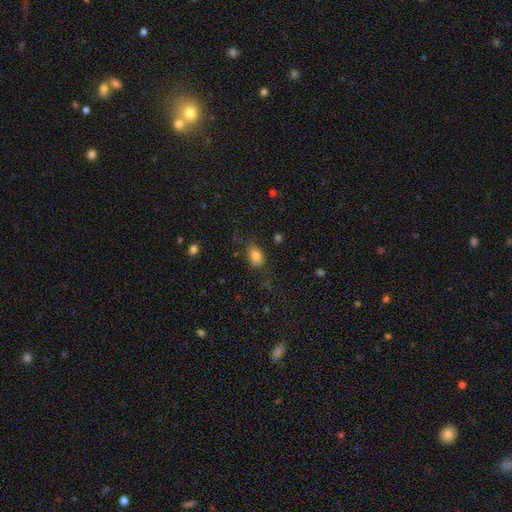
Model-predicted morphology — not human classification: Smooth or featured? smooth (82%)
How rounded? in between (79%)
Merging? none (71%)